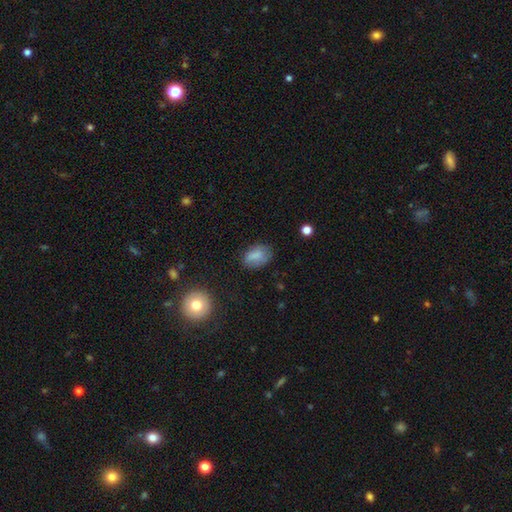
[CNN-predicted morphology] Overall: smooth (79%). How rounded: in between (86%). Merging: none (66%).